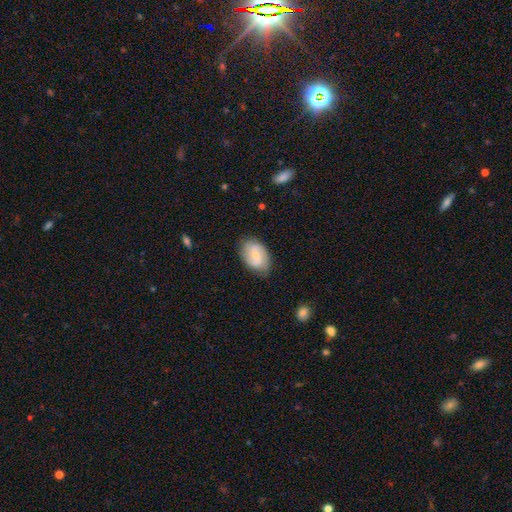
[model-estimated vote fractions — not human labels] This appears to be a featured or disk galaxy (52%) with a weak bar (49%), spiral arms (86%) and a small central bulge (64%). Merging: none (77%).